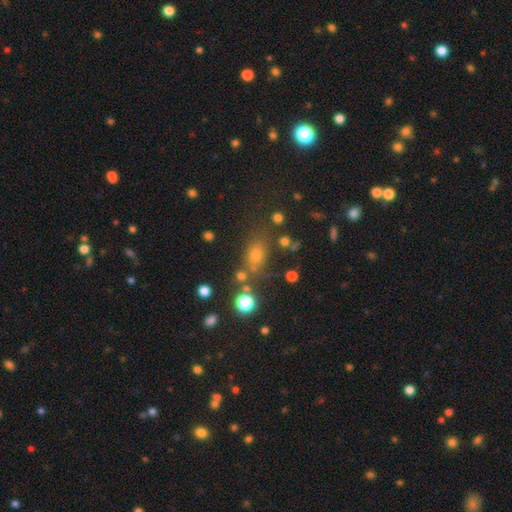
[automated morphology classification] Q: Smooth or featured?
A: smooth (66%); runner-up: star or artifact (24%)
Q: How rounded?
A: in between (64%); runner-up: round (29%)
Q: Merging?
A: none (67%); runner-up: minor disturbance (16%)